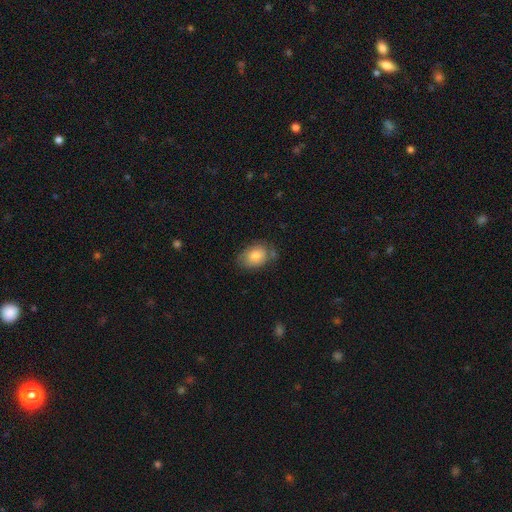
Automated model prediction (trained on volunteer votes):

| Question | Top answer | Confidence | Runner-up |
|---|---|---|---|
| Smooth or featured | smooth | 77% | featured or disk (15%) |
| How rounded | in between | 81% | round (18%) |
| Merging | none | 65% | minor disturbance (24%) |